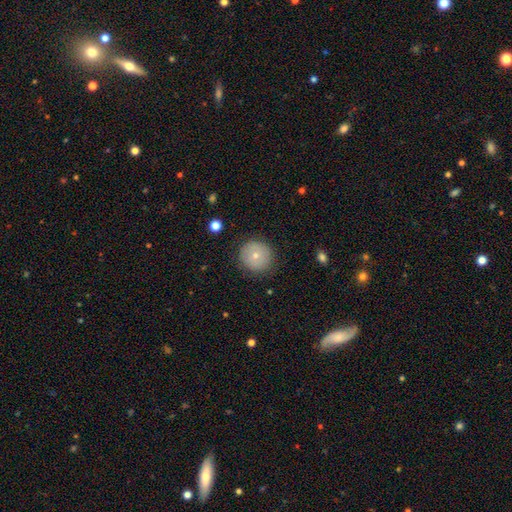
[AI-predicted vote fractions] A smooth galaxy with no disk features (71%) that is round (94%).

Vote fractions:
- Smooth or featured? smooth: 71% / featured or disk: 20% / star or artifact: 9%
- How rounded? round: 94% / in between: 5% / cigar-shaped: 1%
- Merging? none: 85% / minor disturbance: 11% / major disturbance: 3% / merger: 1%